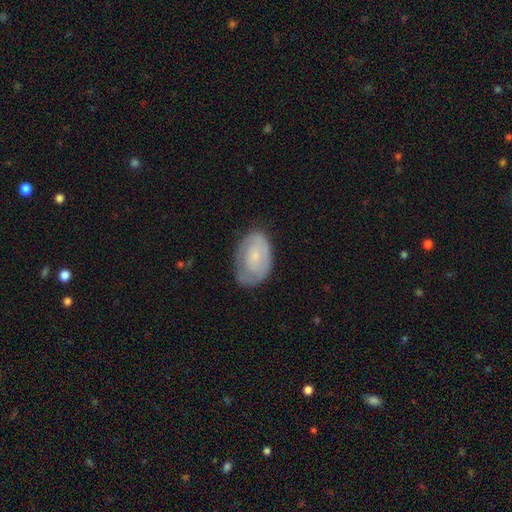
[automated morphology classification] smooth_or_featured: smooth (p=0.50) [alt: featured or disk p=0.43]
how_rounded: in between (p=0.90) [alt: round p=0.09]
merging: none (p=0.65) [alt: minor disturbance p=0.25]